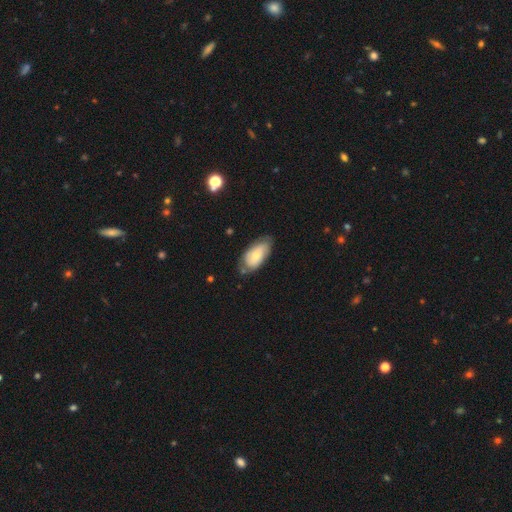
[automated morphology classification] This appears to be a smooth galaxy with no disk features (61%) that is in between round and cigar-shaped (92%). Merging: none (64%).